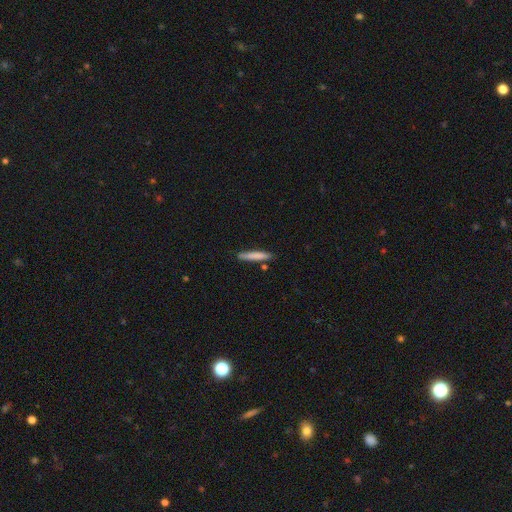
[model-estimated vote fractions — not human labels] Smooth or featured? Predicted: smooth (p=0.77). How rounded? Predicted: cigar-shaped (p=0.94). Merging? Predicted: none (p=0.84).